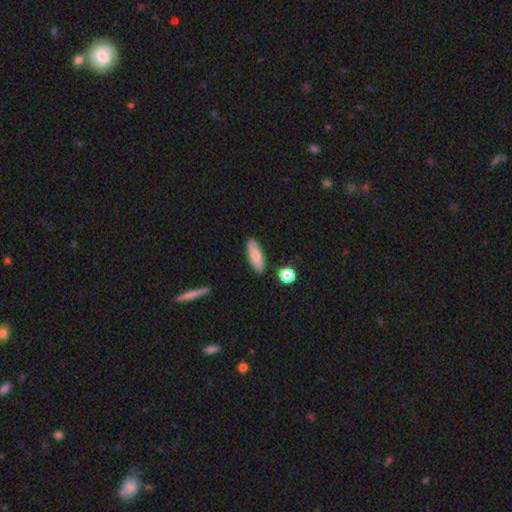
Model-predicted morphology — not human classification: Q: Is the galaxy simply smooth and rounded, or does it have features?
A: smooth — 83%.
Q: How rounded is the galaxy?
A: in between — 59%.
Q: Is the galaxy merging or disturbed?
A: none — 85%.